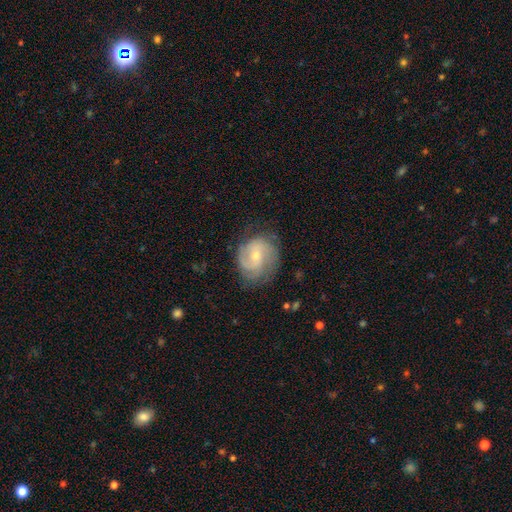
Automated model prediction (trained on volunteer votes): Smooth or featured? featured or disk (76%)
Edge-on disk? no (98%)
Bar? no (51%)
Spiral arms? yes (94%)
Spiral winding? medium (42%)
Spiral arm count? 2 (44%)
Bulge size? small (57%)
Merging? none (70%)